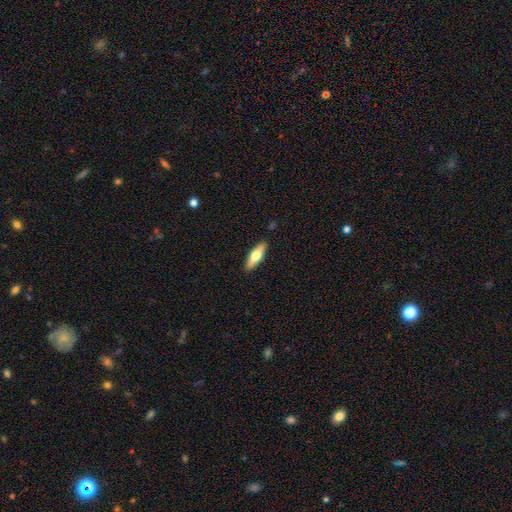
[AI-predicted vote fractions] smooth_or_featured: smooth (p=0.58) [alt: featured or disk p=0.36]
how_rounded: cigar-shaped (p=0.52) [alt: in between p=0.46]
merging: none (p=0.89) [alt: minor disturbance p=0.08]